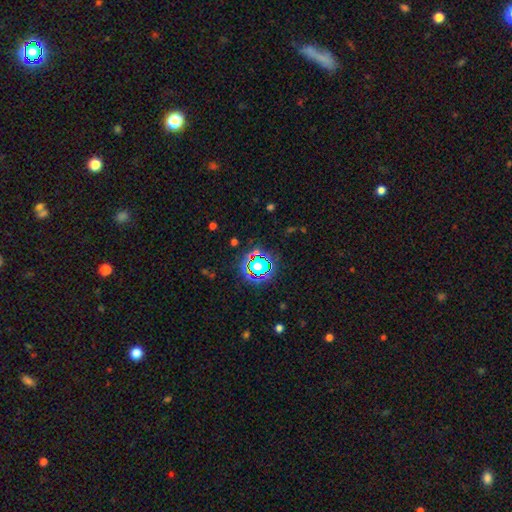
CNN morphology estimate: star or artifact 74%, smooth 17%, featured or disk 9%.